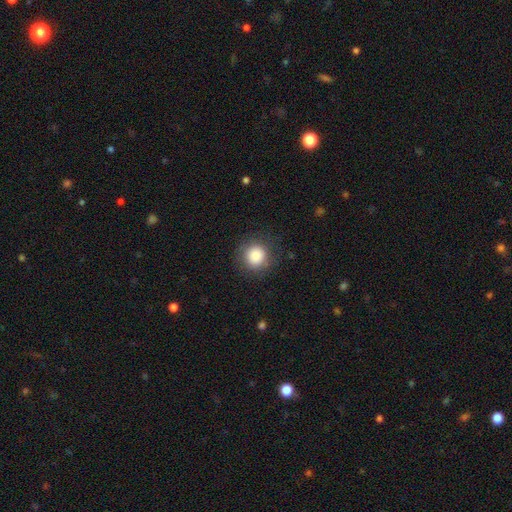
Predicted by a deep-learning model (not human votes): smooth 84%, star or artifact 10%, featured or disk 6%. Down the decision tree: how rounded — round (91%); merging — none (85%).